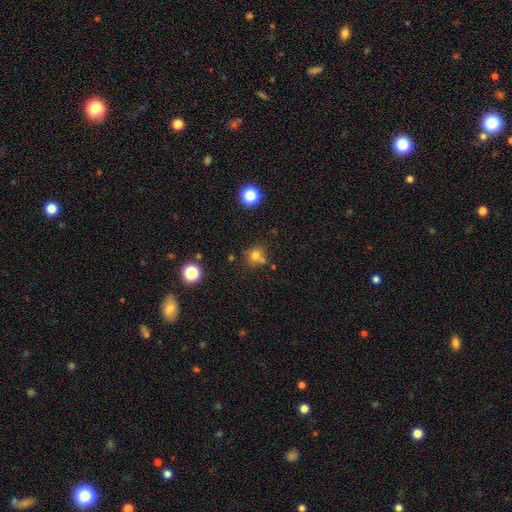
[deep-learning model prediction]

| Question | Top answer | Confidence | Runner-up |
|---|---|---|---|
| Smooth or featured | smooth | 72% | star or artifact (17%) |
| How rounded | round | 83% | in between (16%) |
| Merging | none | 59% | merger (23%) |